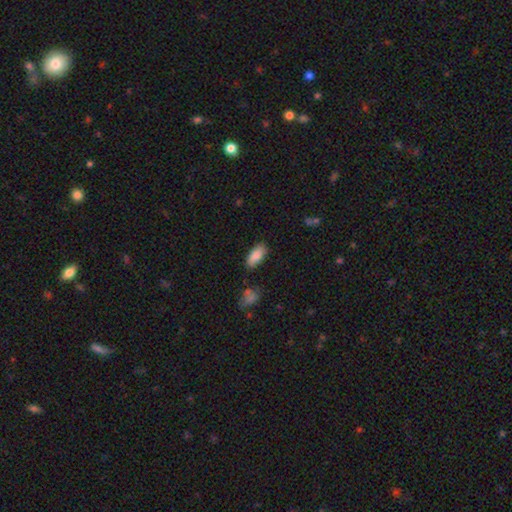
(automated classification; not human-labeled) Q: Smooth or featured?
A: smooth (86%); runner-up: featured or disk (7%)
Q: How rounded?
A: in between (87%); runner-up: cigar-shaped (11%)
Q: Merging?
A: none (75%); runner-up: minor disturbance (17%)